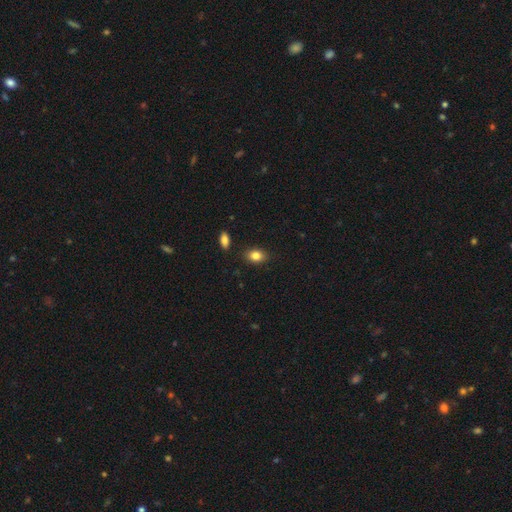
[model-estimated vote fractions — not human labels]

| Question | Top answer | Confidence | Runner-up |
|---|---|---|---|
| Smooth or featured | smooth | 84% | star or artifact (9%) |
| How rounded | in between | 76% | round (22%) |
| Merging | none | 86% | minor disturbance (10%) |